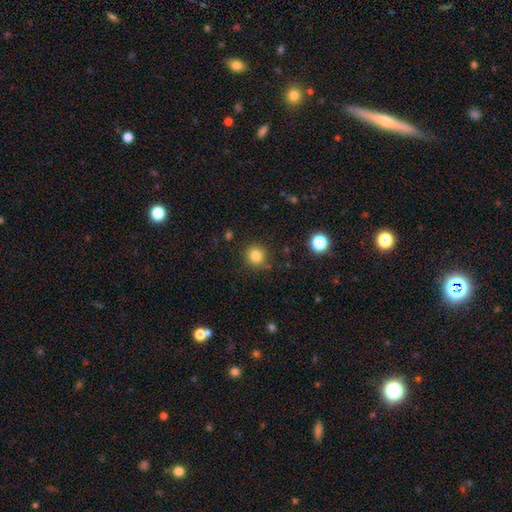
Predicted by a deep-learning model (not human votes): Overall: smooth (82%). How rounded: round (92%). Merging: none (85%).